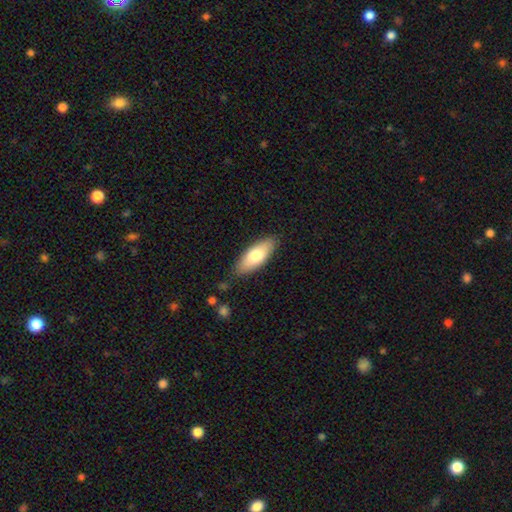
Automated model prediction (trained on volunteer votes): This is likely a smooth galaxy (74%). How rounded: likely in between (76%). Merging: clearly none (85%).